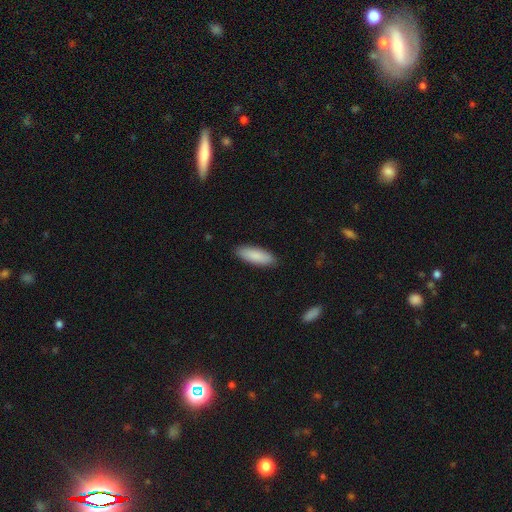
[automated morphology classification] This appears to be a smooth galaxy with no disk features (89%) that is in between round and cigar-shaped (60%). Merging: none (89%).